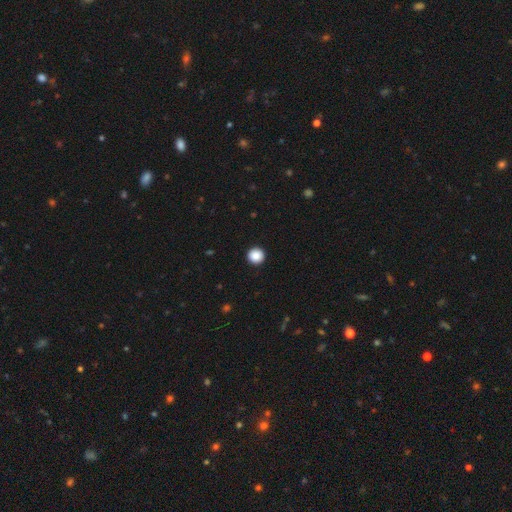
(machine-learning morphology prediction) A smooth galaxy with no disk features (88%) that is round (96%). Merging: none (93%).